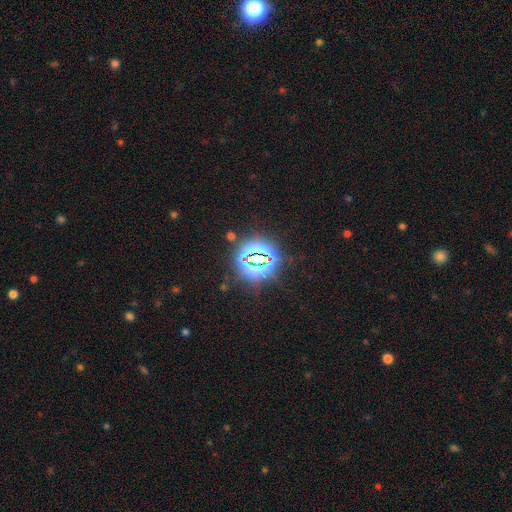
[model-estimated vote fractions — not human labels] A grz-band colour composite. It shows a star or artifact, not a galaxy (83%).